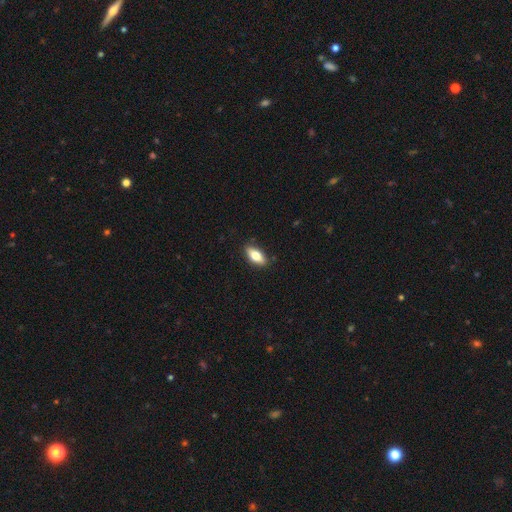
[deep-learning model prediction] Smooth or featured? smooth (72%)
How rounded? in between (83%)
Merging? none (87%)